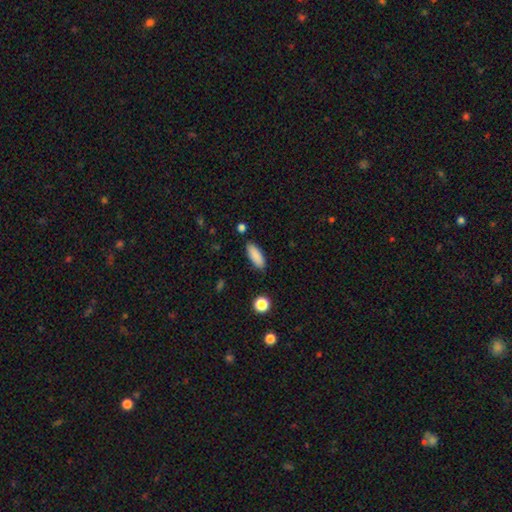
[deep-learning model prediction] Overall: smooth (88%). How rounded: in between (67%; cigar-shaped 31%). Merging: none (87%).